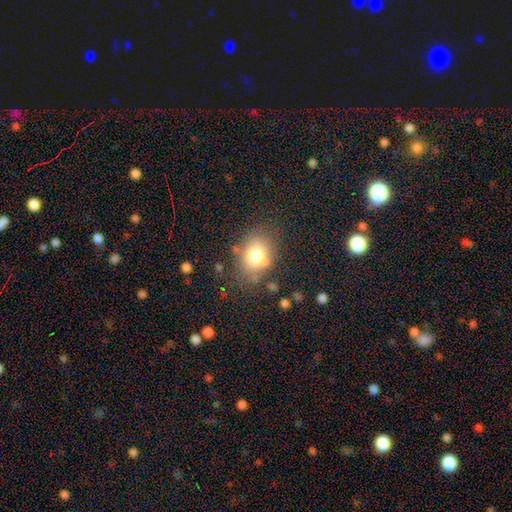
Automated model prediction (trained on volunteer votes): Smooth or featured? Predicted: smooth (p=0.73). How rounded? Predicted: in between (p=0.55). Merging? Predicted: none (p=0.69).